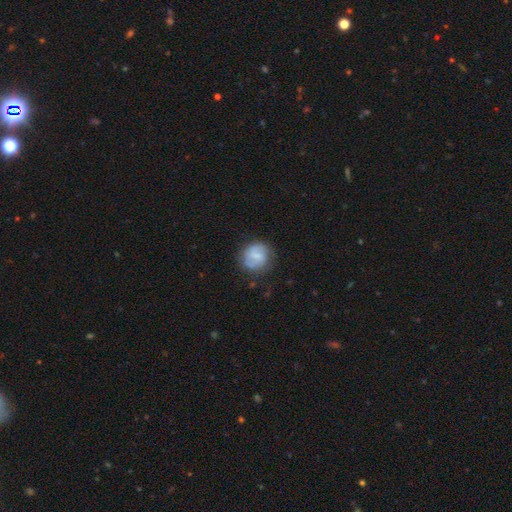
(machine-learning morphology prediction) Smooth or featured? smooth (49%)
Merging? none (73%)